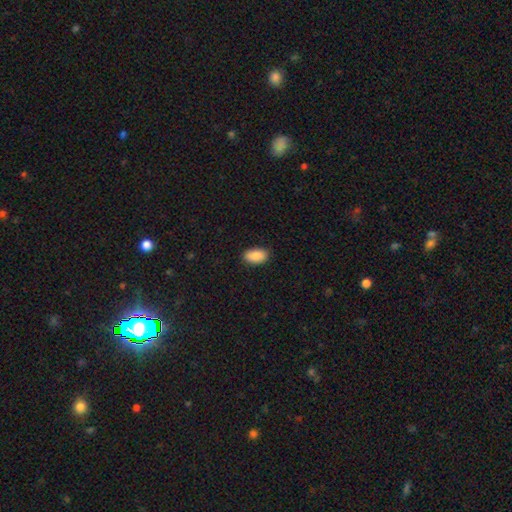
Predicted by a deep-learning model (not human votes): Q: Smooth or featured?
A: smooth (89%); runner-up: star or artifact (7%)
Q: How rounded?
A: in between (94%); runner-up: round (4%)
Q: Merging?
A: none (88%); runner-up: minor disturbance (9%)